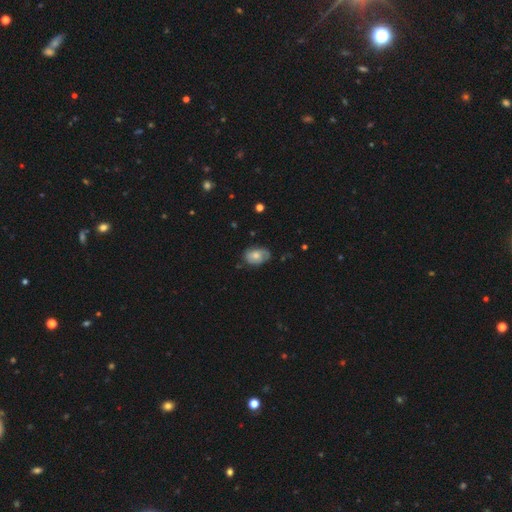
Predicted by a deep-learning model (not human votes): smooth 53%, featured or disk 39%, star or artifact 8%. Down the decision tree: how rounded — in between (83%); merging — none (66%).